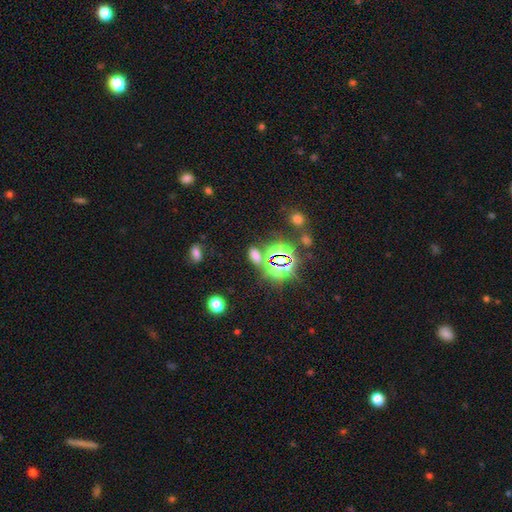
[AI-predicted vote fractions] This is possibly a smooth galaxy (48%). Merging: likely none (72%).